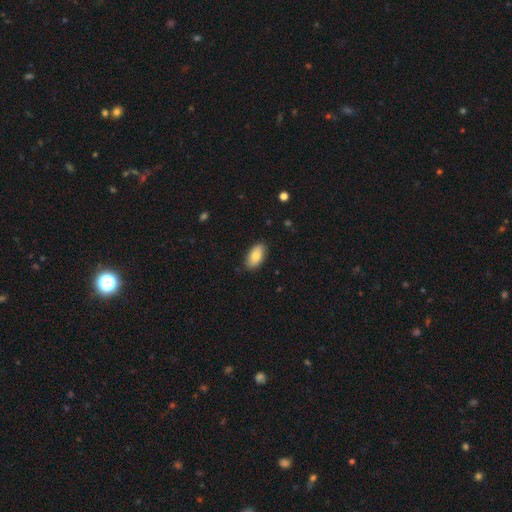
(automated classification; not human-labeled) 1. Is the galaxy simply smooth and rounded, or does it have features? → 81% smooth, 13% featured or disk, 6% star or artifact.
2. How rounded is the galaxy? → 94% in between, 3% cigar-shaped, 3% round.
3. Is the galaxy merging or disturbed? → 85% none, 12% minor disturbance, 2% major disturbance, 1% merger.